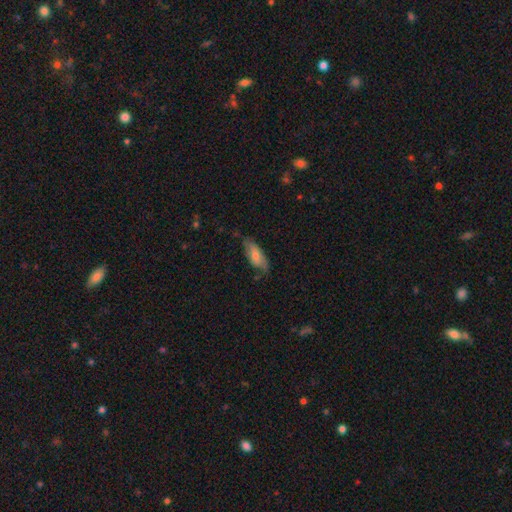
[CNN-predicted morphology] Smooth or featured: smooth — 64% (featured or disk — 30%)
How rounded: in between — 78% (cigar-shaped — 20%)
Merging: none — 60% (minor disturbance — 29%)